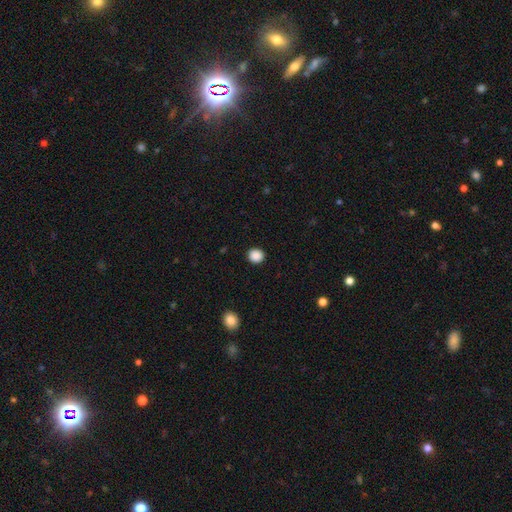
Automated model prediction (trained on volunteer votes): smooth 89%, star or artifact 9%, featured or disk 2%. Down the decision tree: how rounded — round (91%); merging — none (93%).